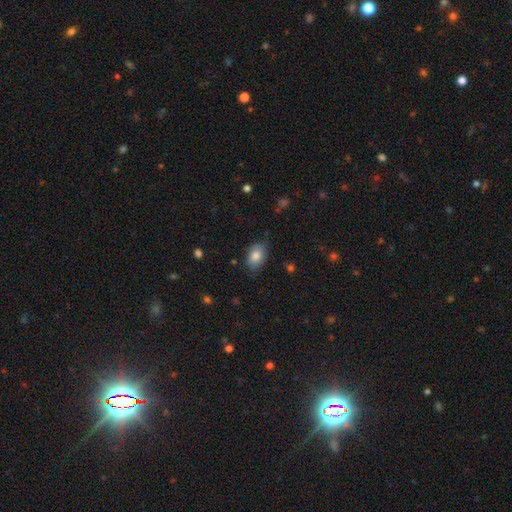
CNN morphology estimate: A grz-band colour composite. It shows a smooth galaxy with no disk features (82%) that is in between round and cigar-shaped (84%). Merging: none (74%).